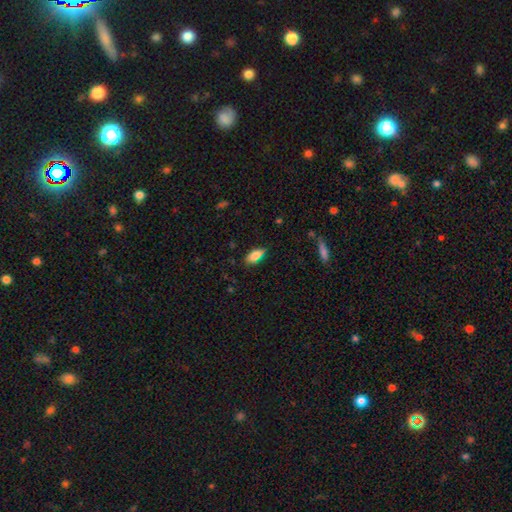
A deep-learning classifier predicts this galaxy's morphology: Overall: smooth (80%). How rounded: in between (84%). Merging: none (74%).